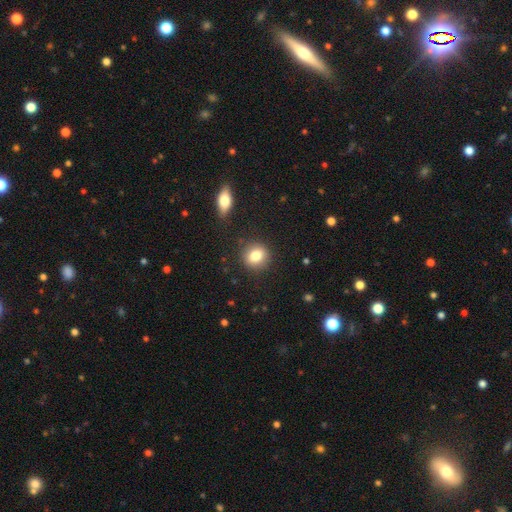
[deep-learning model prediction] smooth_or_featured: smooth (p=0.80) [alt: star or artifact p=0.10]
how_rounded: round (p=0.80) [alt: in between p=0.19]
merging: none (p=0.88) [alt: minor disturbance p=0.08]